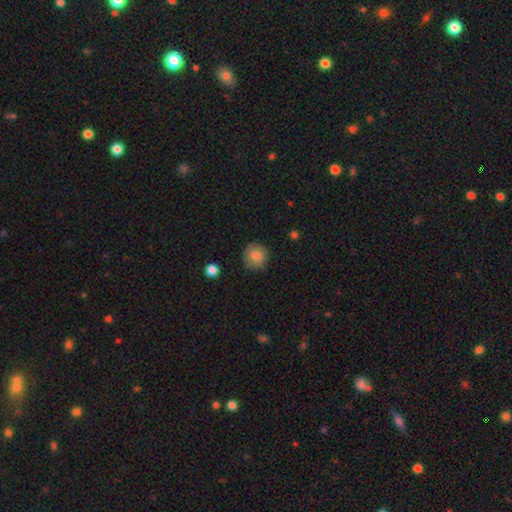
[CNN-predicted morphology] smooth-or-featured: smooth: 83% | featured or disk: 9% | star or artifact: 8%
  how-rounded: round: 91% | in between: 8% | cigar-shaped: 1%
  merging: none: 82% | minor disturbance: 13% | major disturbance: 3% | merger: 1%